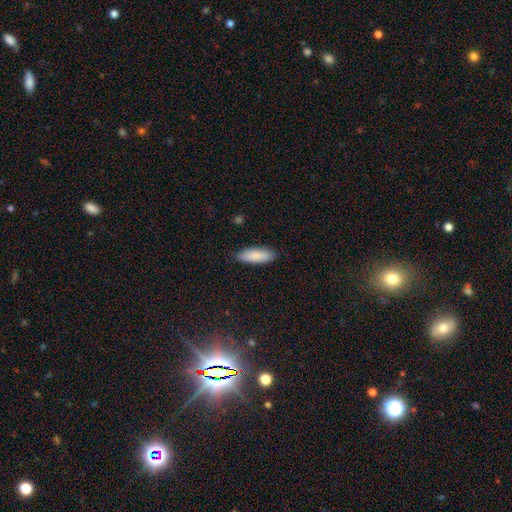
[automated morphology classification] smooth_or_featured: smooth (p=0.86) [alt: featured or disk p=0.08]
how_rounded: in between (p=0.63) [alt: cigar-shaped p=0.35]
merging: none (p=0.86) [alt: minor disturbance p=0.11]